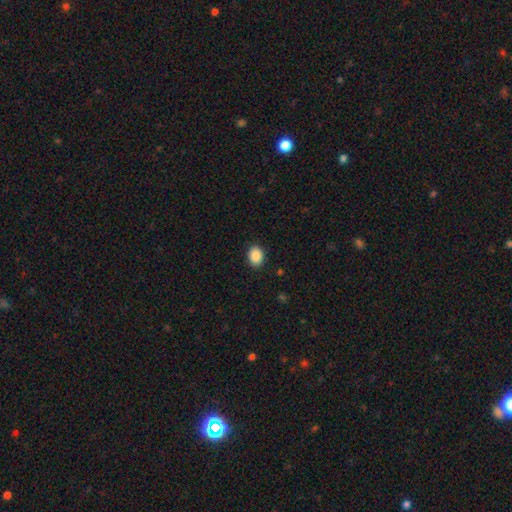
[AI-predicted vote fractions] This is clearly a smooth galaxy (89%). How rounded: likely in between (63%). Merging: clearly none (90%).